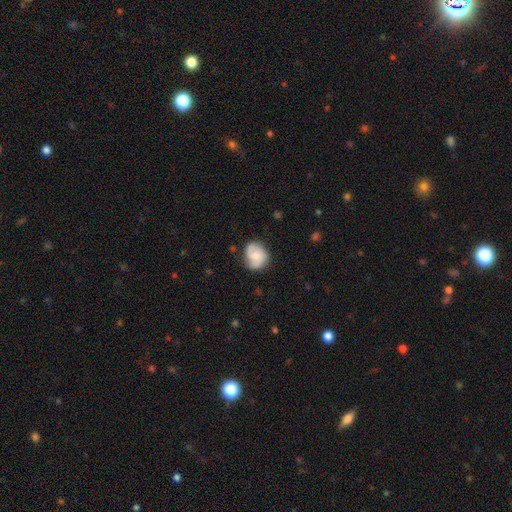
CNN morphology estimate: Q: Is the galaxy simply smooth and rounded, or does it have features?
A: smooth — 57%.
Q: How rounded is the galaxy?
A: round — 65%.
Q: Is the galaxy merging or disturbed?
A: none — 71%.